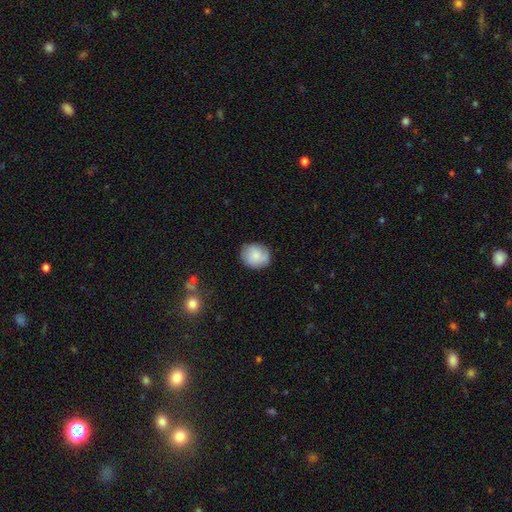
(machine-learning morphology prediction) Q: Smooth or featured?
A: smooth (80%); runner-up: featured or disk (13%)
Q: How rounded?
A: round (69%); runner-up: in between (30%)
Q: Merging?
A: none (79%); runner-up: minor disturbance (16%)